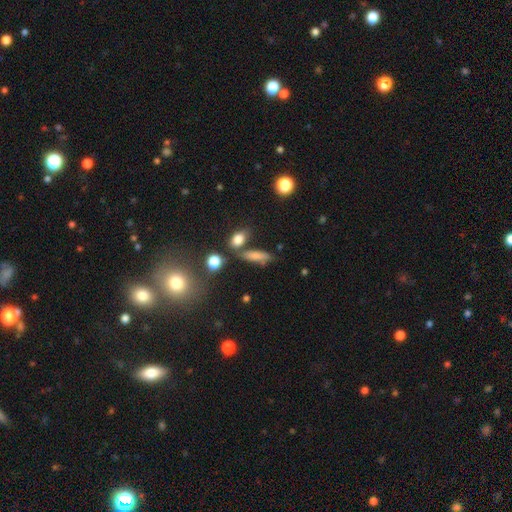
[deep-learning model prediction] The model was most divided on "how rounded": cigar-shaped: 56%, in between: 38%, round: 6%. More confident: smooth or featured — smooth (74%); merging — none (61%).